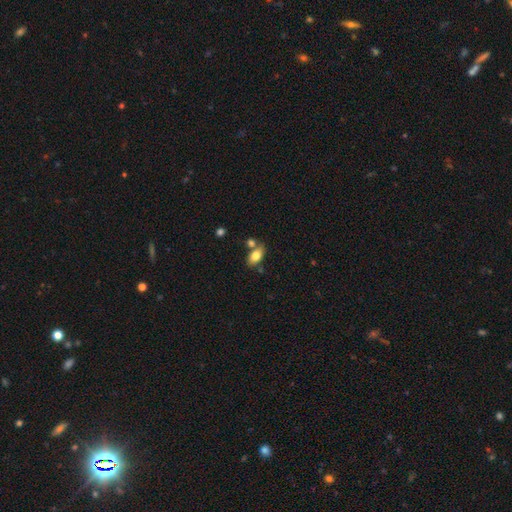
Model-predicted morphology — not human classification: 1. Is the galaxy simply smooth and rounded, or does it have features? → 78% smooth, 14% featured or disk, 8% star or artifact.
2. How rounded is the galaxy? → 90% in between, 6% round, 4% cigar-shaped.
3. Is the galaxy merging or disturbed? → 61% none, 22% merger, 14% minor disturbance, 4% major disturbance.